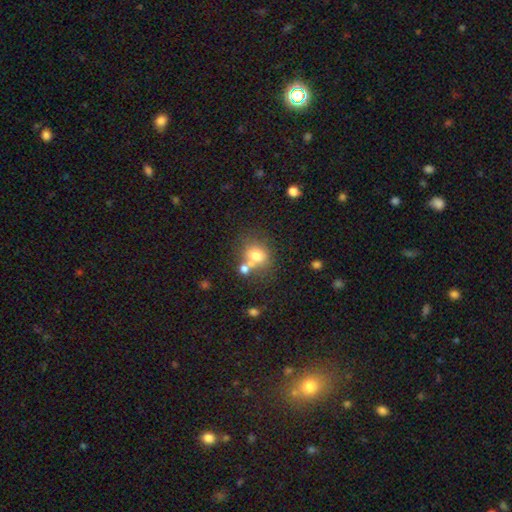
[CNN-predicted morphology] This appears to be a smooth galaxy with no disk features (72%) that is round (67%). Merging: none (55%).